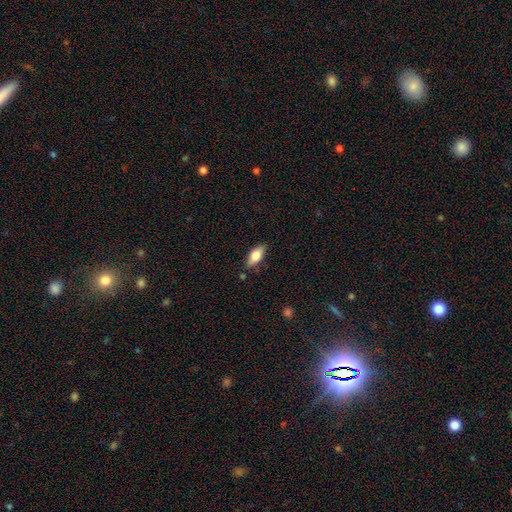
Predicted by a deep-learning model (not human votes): Smooth or featured: smooth — 71% (featured or disk — 22%)
How rounded: in between — 81% (cigar-shaped — 16%)
Merging: none — 82% (minor disturbance — 14%)